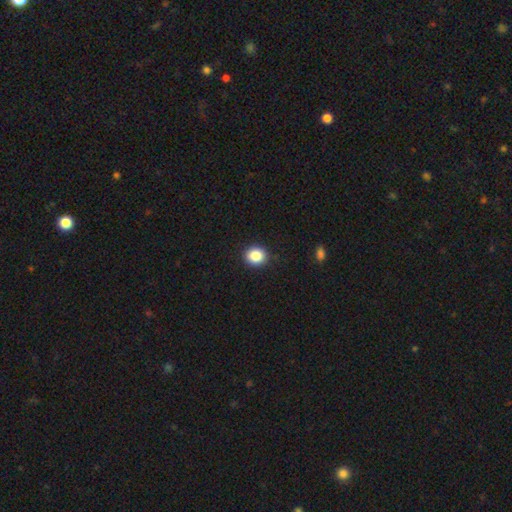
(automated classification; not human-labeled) Smooth or featured: smooth — 86% (star or artifact — 10%)
How rounded: round — 81% (in between — 18%)
Merging: none — 91% (minor disturbance — 6%)